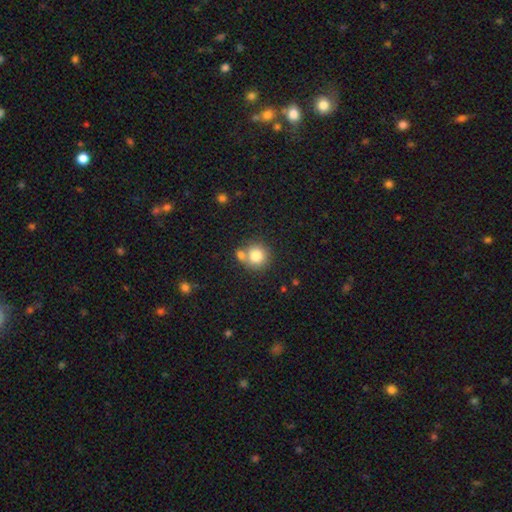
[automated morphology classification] This appears to be a smooth galaxy with no disk features (79%) that is round (90%). Merging: none (56%).